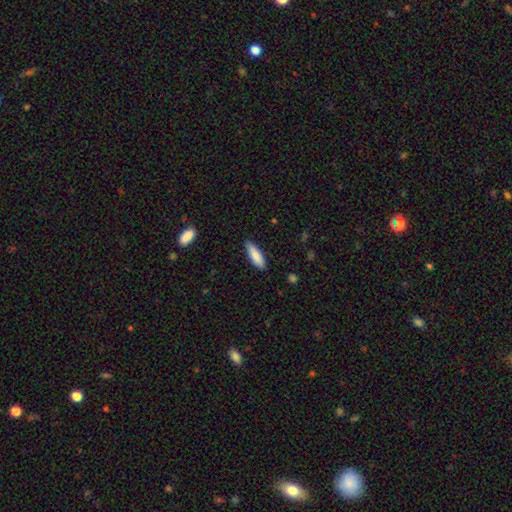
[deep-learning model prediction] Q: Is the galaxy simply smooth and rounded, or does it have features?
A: smooth — 84%.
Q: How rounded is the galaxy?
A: cigar-shaped — 54%.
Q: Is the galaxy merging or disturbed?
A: none — 85%.